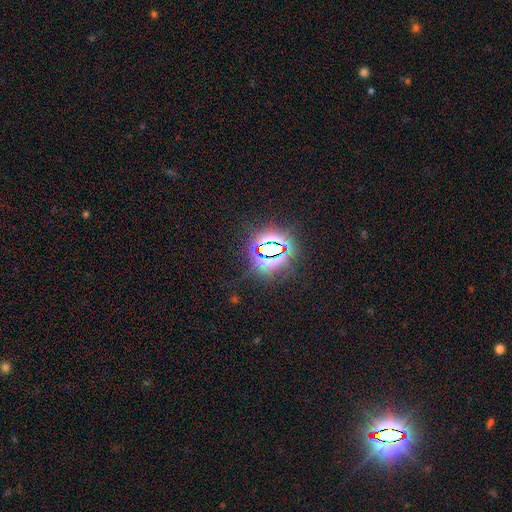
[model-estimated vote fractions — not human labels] A star or artifact, not a galaxy (82%).

Vote fractions:
- Smooth or featured? star or artifact: 82% / smooth: 11% / featured or disk: 7%